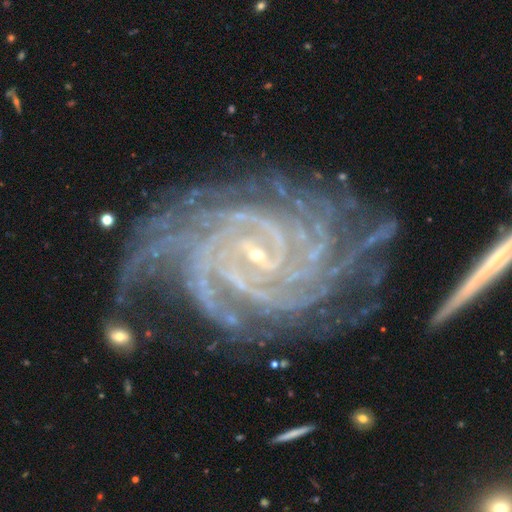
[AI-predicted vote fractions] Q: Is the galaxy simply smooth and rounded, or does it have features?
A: featured or disk — 93%.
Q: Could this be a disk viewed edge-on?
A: no — 98%.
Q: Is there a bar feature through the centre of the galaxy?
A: weak — 38%.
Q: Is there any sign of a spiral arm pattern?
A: yes — 99%.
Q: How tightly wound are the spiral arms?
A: tight — 82%.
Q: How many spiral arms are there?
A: more than 4 — 33%.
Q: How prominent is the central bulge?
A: small — 86%.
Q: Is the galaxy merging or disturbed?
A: none — 61%.